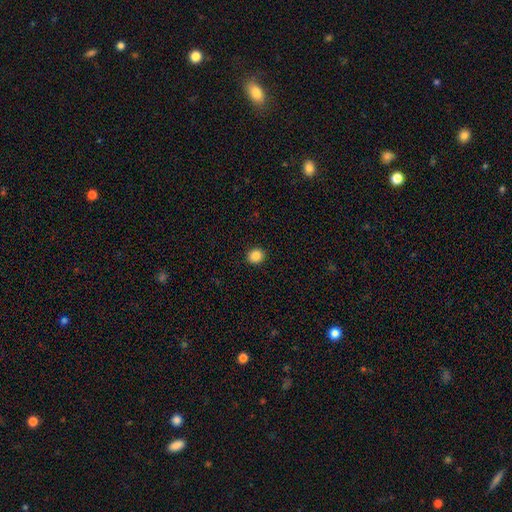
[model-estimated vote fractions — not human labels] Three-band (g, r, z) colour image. It shows a smooth galaxy with no disk features (86%) that is round (79%). Merging: none (92%).